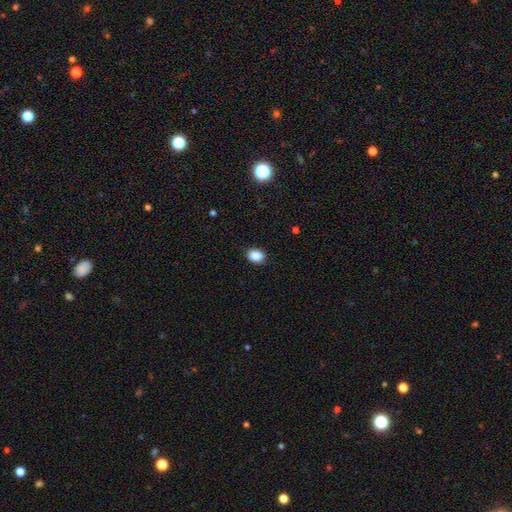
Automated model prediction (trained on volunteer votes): Q: Smooth or featured?
A: smooth (88%); runner-up: star or artifact (9%)
Q: How rounded?
A: in between (60%); runner-up: round (39%)
Q: Merging?
A: none (87%); runner-up: minor disturbance (9%)